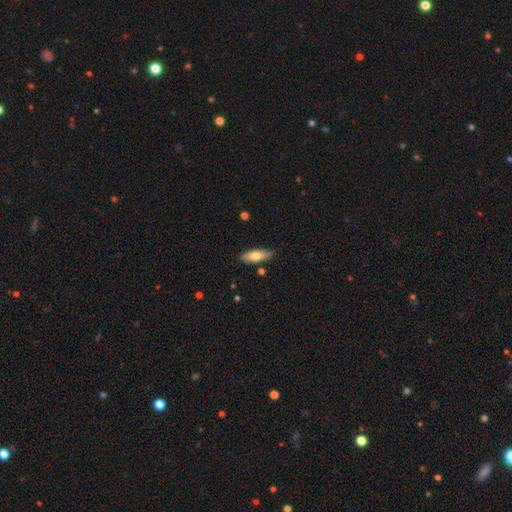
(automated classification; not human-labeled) The model was most divided on "how rounded": in between: 61%, cigar-shaped: 37%, round: 2%. More confident: merging — none (84%); smooth or featured — smooth (72%).